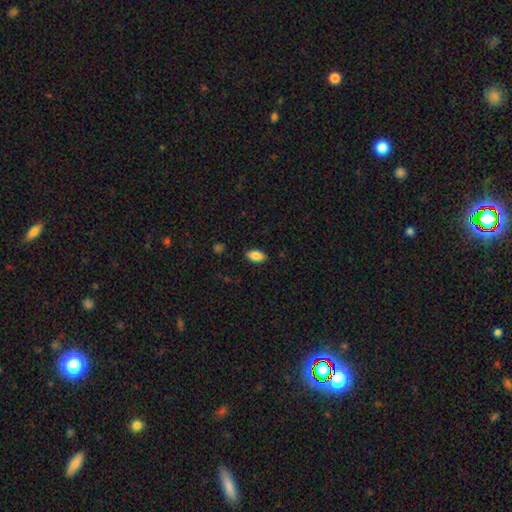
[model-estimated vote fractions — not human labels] This appears to be a smooth galaxy with no disk features (86%) that is in between round and cigar-shaped (93%). Merging: none (88%).